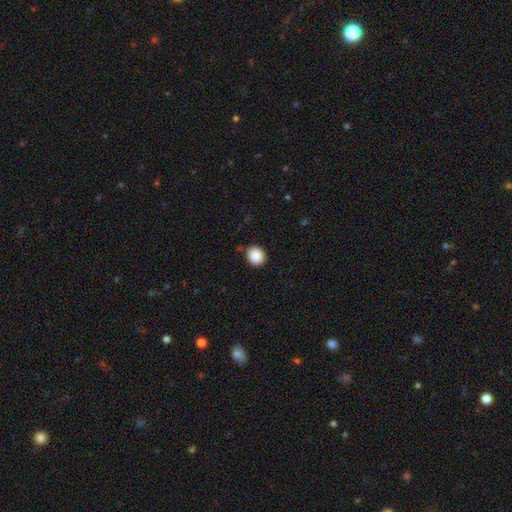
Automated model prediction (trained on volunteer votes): This is clearly a smooth galaxy (89%). How rounded: likely round (78%). Merging: clearly none (88%).